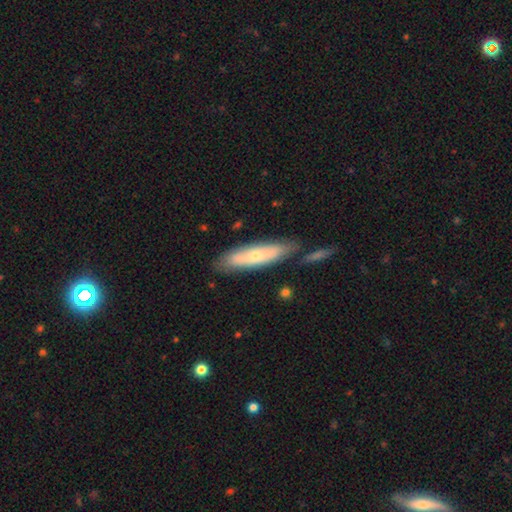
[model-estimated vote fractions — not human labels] This is possibly a smooth galaxy (53%). How rounded: likely cigar-shaped (65%). Merging: likely none (70%).